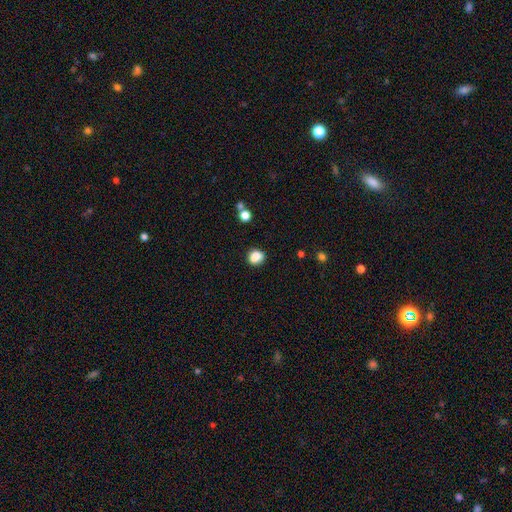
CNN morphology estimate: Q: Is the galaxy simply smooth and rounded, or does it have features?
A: smooth — 84%.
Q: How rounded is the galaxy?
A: round — 63%.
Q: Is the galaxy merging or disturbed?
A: none — 76%.